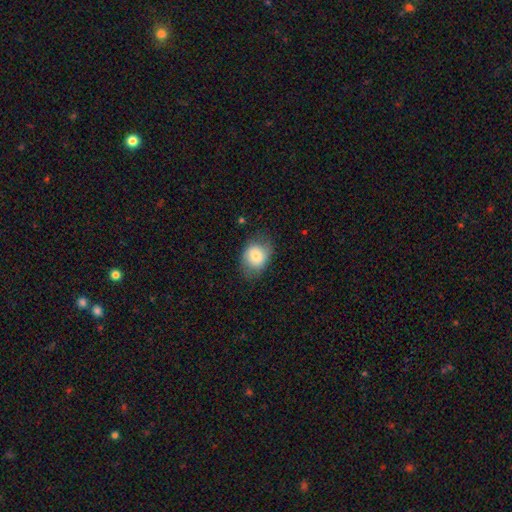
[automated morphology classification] smooth_or_featured: smooth (p=0.74) [alt: featured or disk p=0.18]
how_rounded: in between (p=0.52) [alt: round p=0.47]
merging: none (p=0.67) [alt: minor disturbance p=0.24]